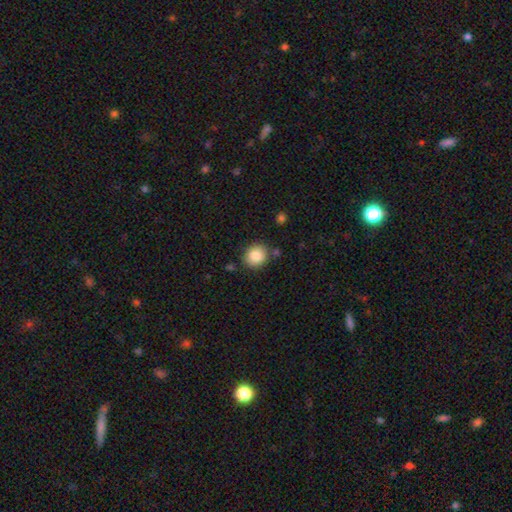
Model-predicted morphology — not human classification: Smooth or featured: smooth — 85% (star or artifact — 8%)
How rounded: round — 80% (in between — 19%)
Merging: none — 83% (minor disturbance — 10%)